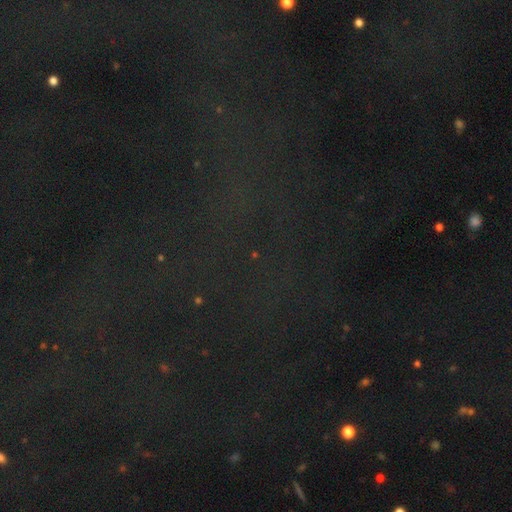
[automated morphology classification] A star or artifact, not a galaxy (79%).

Vote fractions:
- Smooth or featured? star or artifact: 79% / smooth: 13% / featured or disk: 8%